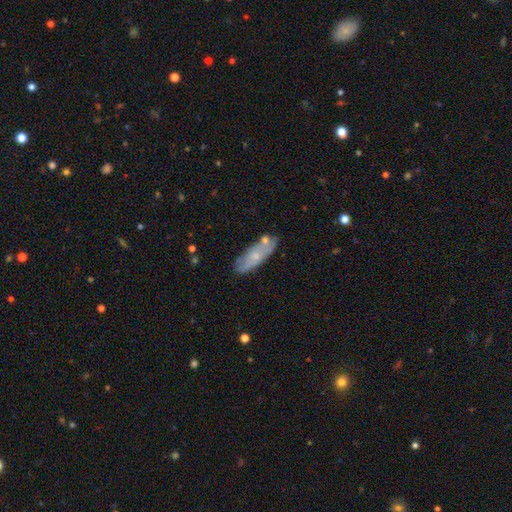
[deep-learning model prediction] Smooth or featured? smooth (49%)
Merging? none (69%)